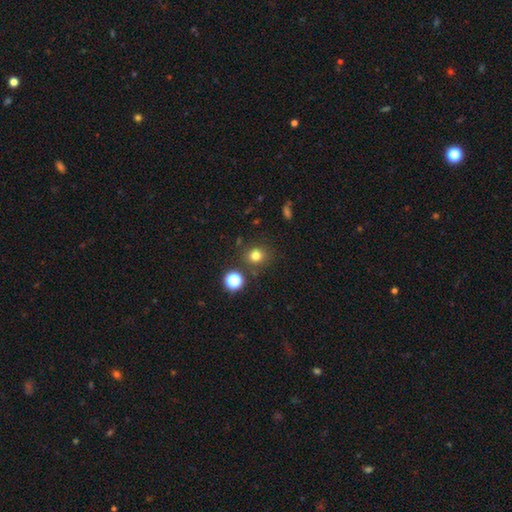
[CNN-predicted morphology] smooth-or-featured: smooth: 77% | star or artifact: 17% | featured or disk: 6%
  how-rounded: round: 86% | in between: 14% | cigar-shaped: 1%
  merging: none: 83% | minor disturbance: 8% | merger: 5% | major disturbance: 3%